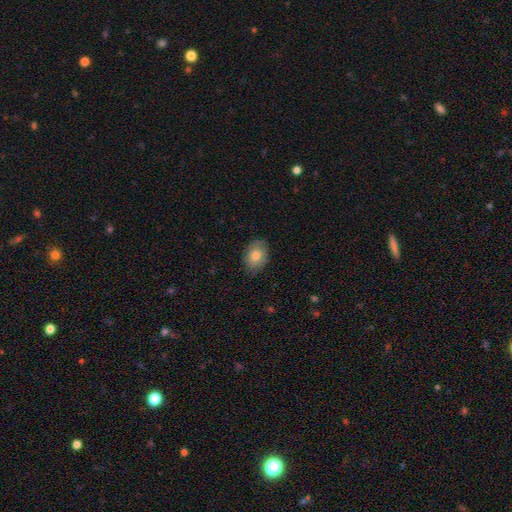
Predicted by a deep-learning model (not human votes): smooth_or_featured: smooth (p=0.80) [alt: featured or disk p=0.13]
how_rounded: in between (p=0.77) [alt: round p=0.22]
merging: none (p=0.81) [alt: minor disturbance p=0.15]